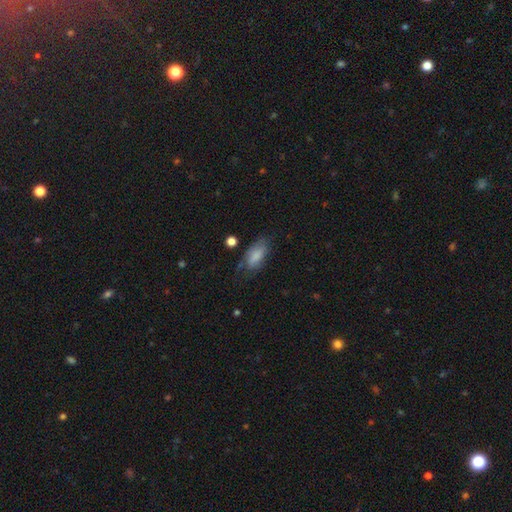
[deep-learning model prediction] Smooth or featured? smooth (78%)
How rounded? in between (89%)
Merging? none (55%)